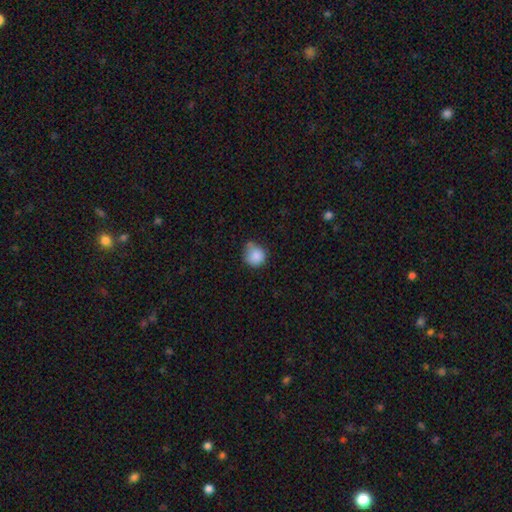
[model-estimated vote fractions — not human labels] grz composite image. It shows a smooth galaxy with no disk features (85%) that is round (87%). Merging: none (51%).